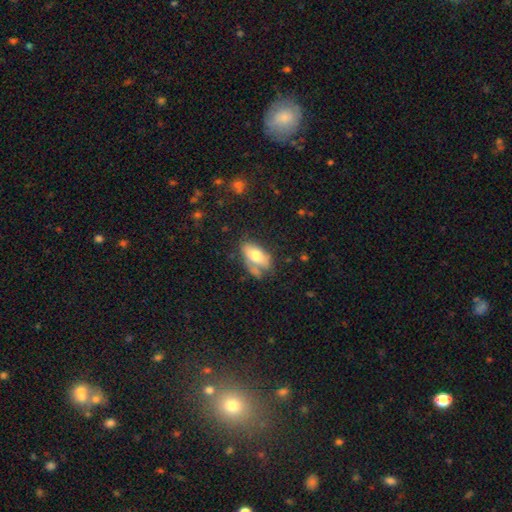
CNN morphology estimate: This appears to be a smooth galaxy with no disk features (67%) that is in between round and cigar-shaped (89%). Merging: none (46%).